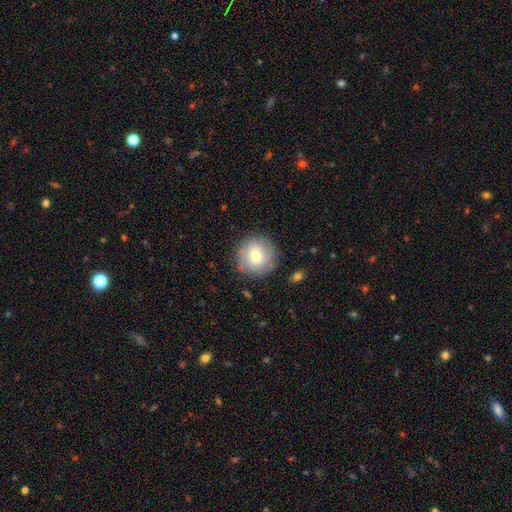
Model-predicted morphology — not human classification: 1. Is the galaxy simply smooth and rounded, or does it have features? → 60% smooth, 31% featured or disk, 9% star or artifact.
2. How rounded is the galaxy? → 94% round, 5% in between, 1% cigar-shaped.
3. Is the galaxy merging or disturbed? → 84% none, 11% minor disturbance, 3% major disturbance, 1% merger.